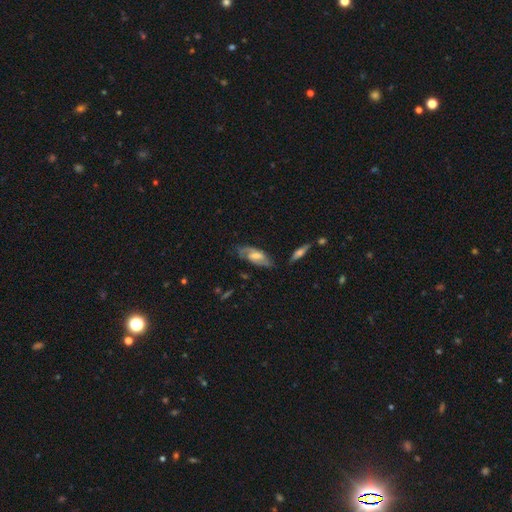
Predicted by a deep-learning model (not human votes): smooth_or_featured: featured or disk (p=0.69) [alt: smooth p=0.24]
disk_edge_on: no (p=0.89) [alt: yes p=0.11]
bar: weak (p=0.48) [alt: no p=0.36]
has_spiral_arms: yes (p=0.89) [alt: no p=0.11]
spiral_winding: medium (p=0.47) [alt: tight p=0.34]
spiral_arm_count: 2 (p=0.75) [alt: can't tell p=0.13]
bulge_size: moderate (p=0.51) [alt: small p=0.30]
merging: none (p=0.68) [alt: minor disturbance p=0.22]